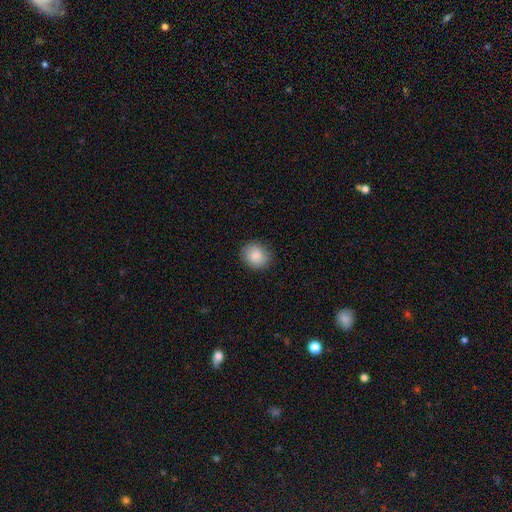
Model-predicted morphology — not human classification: Q: Smooth or featured?
A: smooth (88%); runner-up: star or artifact (7%)
Q: How rounded?
A: round (71%); runner-up: in between (28%)
Q: Merging?
A: none (87%); runner-up: minor disturbance (10%)